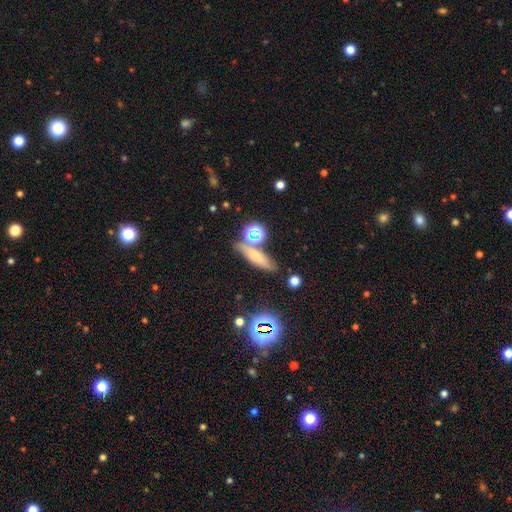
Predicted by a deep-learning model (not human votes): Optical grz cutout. It shows a smooth galaxy with no disk features (63%) that is cigar-shaped (58%). Merging: none (71%).